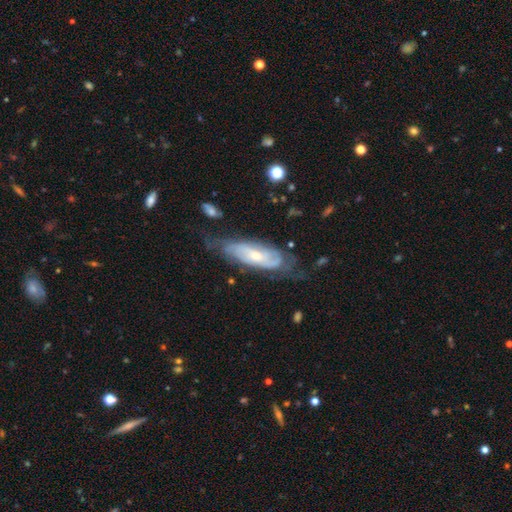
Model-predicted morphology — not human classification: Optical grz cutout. It shows a featured or disk galaxy (75%) with no bar (67%), tight (58%) spiral arms (89%) and a small central bulge (55%). Merging: none (58%).